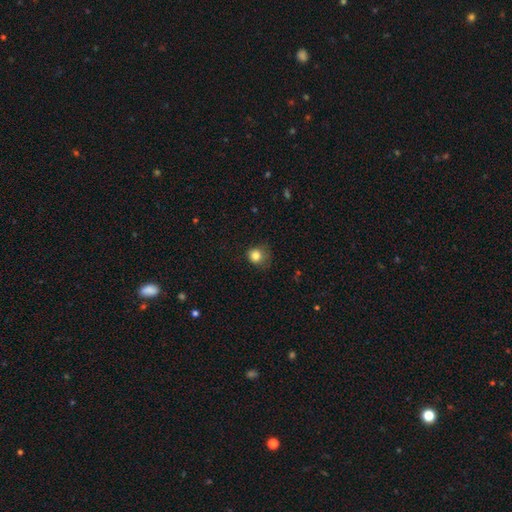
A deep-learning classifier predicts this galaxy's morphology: Smooth or featured? Predicted: smooth (p=0.82). How rounded? Predicted: round (p=0.83). Merging? Predicted: none (p=0.61).